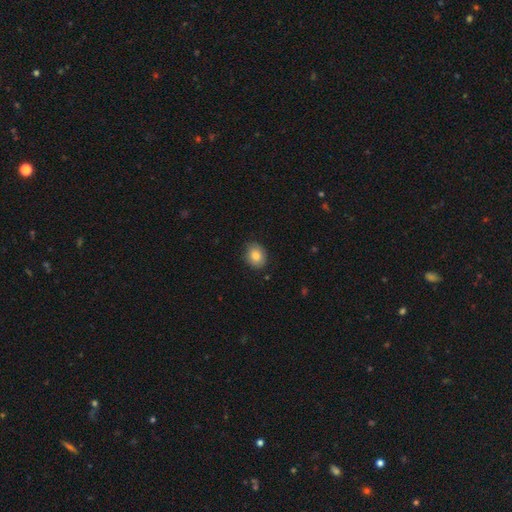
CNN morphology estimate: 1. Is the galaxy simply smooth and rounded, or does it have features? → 84% smooth, 8% featured or disk, 8% star or artifact.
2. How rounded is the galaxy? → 54% in between, 45% round, 1% cigar-shaped.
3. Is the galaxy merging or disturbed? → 85% none, 12% minor disturbance, 2% major disturbance, 1% merger.